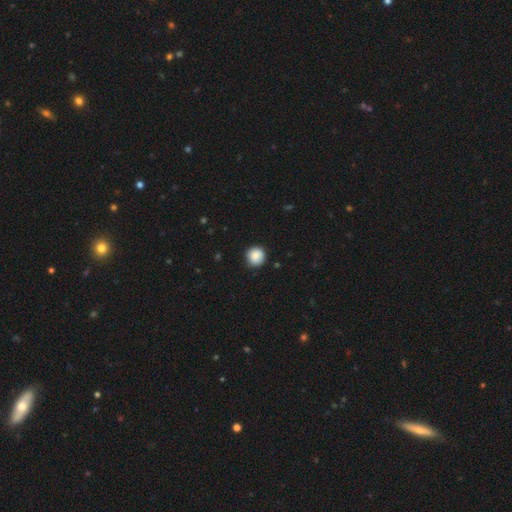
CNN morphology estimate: A smooth galaxy with no disk features (88%) that is round (94%). Merging: none (89%).